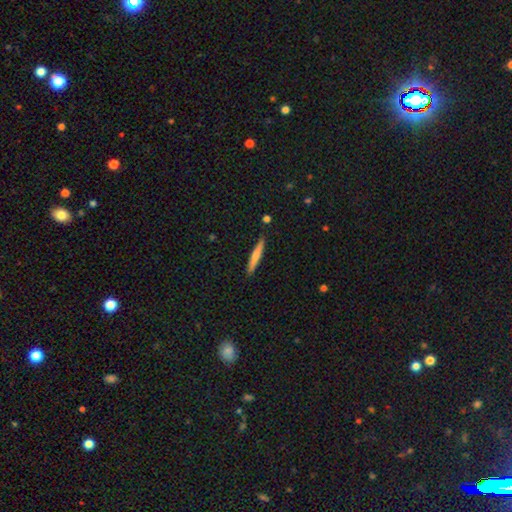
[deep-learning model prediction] A smooth galaxy with no disk features (66%) that is cigar-shaped (94%).

Vote fractions:
- Smooth or featured? smooth: 66% / featured or disk: 28% / star or artifact: 6%
- How rounded? cigar-shaped: 94% / in between: 5% / round: 1%
- Merging? none: 88% / minor disturbance: 9% / merger: 2% / major disturbance: 2%